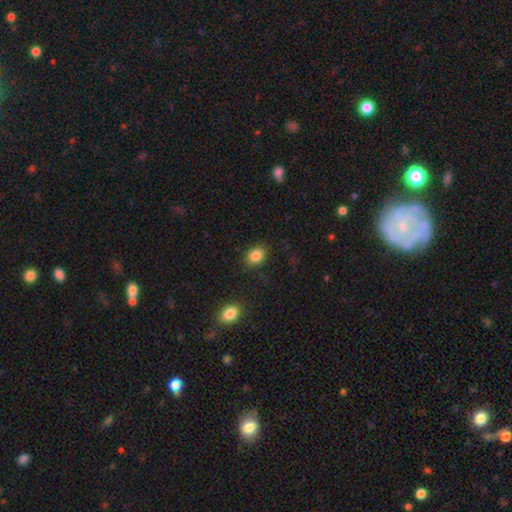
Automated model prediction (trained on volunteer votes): The model was most divided on "how rounded": in between: 62%, round: 37%, cigar-shaped: 1%. More confident: smooth or featured — smooth (85%); merging — none (85%).